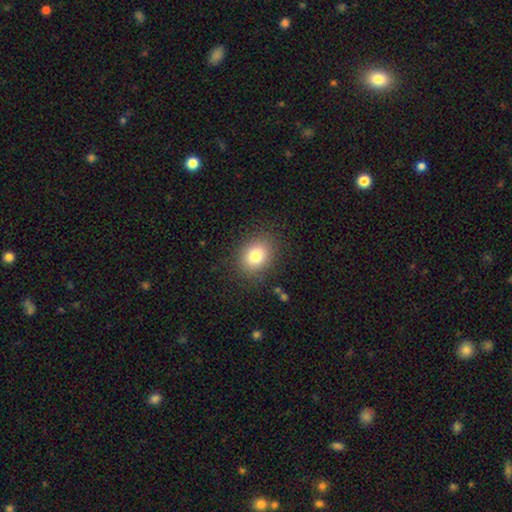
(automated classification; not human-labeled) This is clearly a smooth galaxy (81%). How rounded: possibly in between (52%). Merging: clearly none (86%).